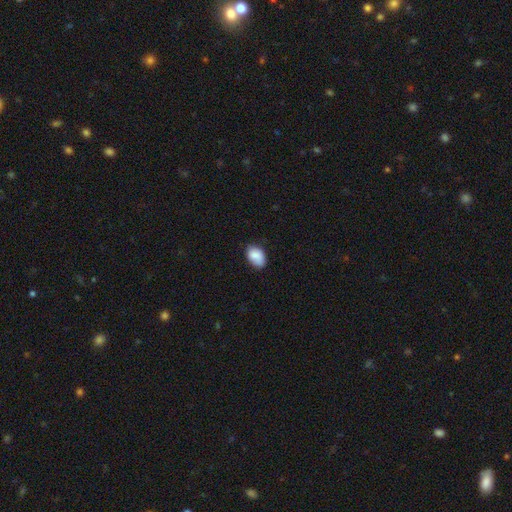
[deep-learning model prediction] smooth_or_featured: smooth (p=0.84) [alt: featured or disk p=0.09]
how_rounded: in between (p=0.84) [alt: round p=0.15]
merging: none (p=0.70) [alt: minor disturbance p=0.24]